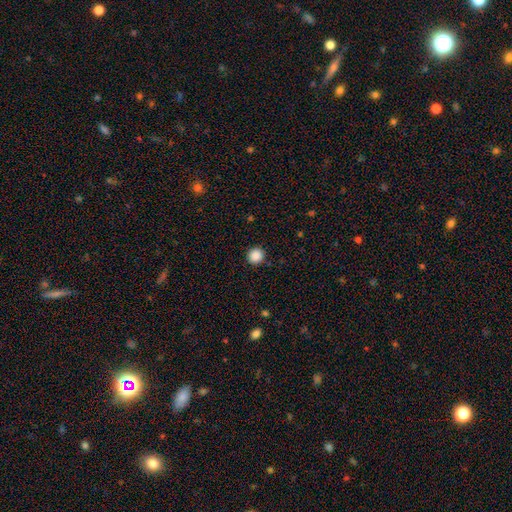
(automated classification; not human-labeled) This appears to be a smooth galaxy with no disk features (88%) that is round (92%). Merging: none (92%).